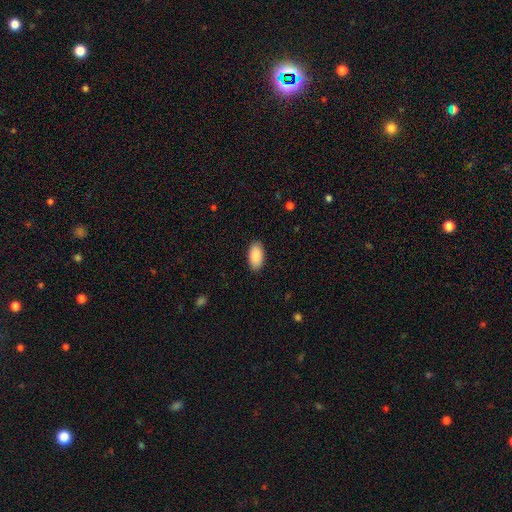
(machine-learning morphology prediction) Overall: smooth (89%). How rounded: in between (95%). Merging: none (89%).